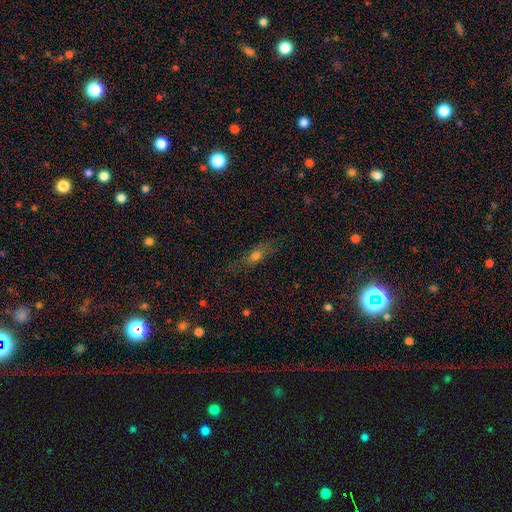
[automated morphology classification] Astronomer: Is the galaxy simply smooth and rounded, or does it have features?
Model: smooth — 36% (runner-up: featured or disk, 34%).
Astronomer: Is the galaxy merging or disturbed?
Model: none — 76%.